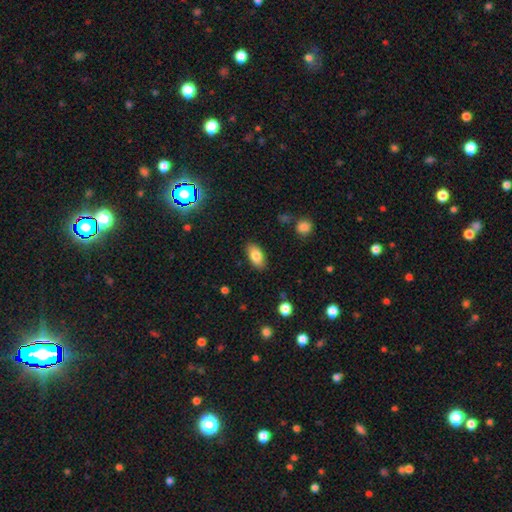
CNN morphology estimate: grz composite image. It shows a smooth galaxy with no disk features (82%) that is in between round and cigar-shaped (92%). Merging: none (86%).